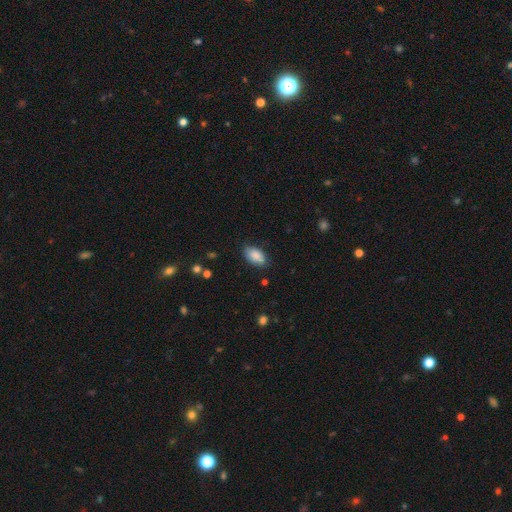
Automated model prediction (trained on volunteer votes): A smooth galaxy with no disk features (88%) that is in between round and cigar-shaped (94%).

Vote fractions:
- Smooth or featured? smooth: 88% / star or artifact: 7% / featured or disk: 6%
- How rounded? in between: 94% / round: 4% / cigar-shaped: 3%
- Merging? none: 83% / minor disturbance: 13% / major disturbance: 3% / merger: 1%